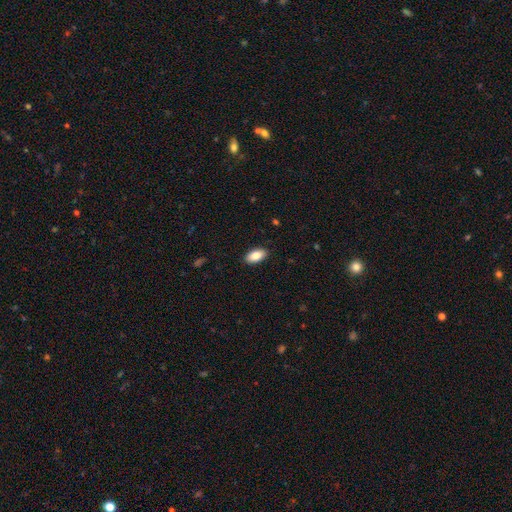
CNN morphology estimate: Smooth or featured? smooth (87%)
How rounded? in between (93%)
Merging? none (89%)